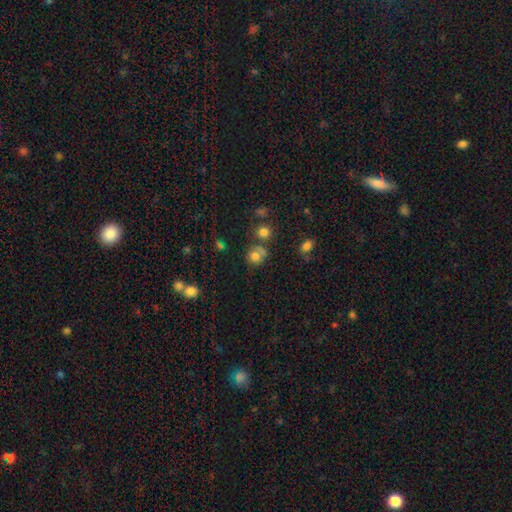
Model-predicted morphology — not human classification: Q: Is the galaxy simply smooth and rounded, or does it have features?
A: smooth — 73%.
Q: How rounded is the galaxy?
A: round — 79%.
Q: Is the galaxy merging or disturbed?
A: none — 57%.